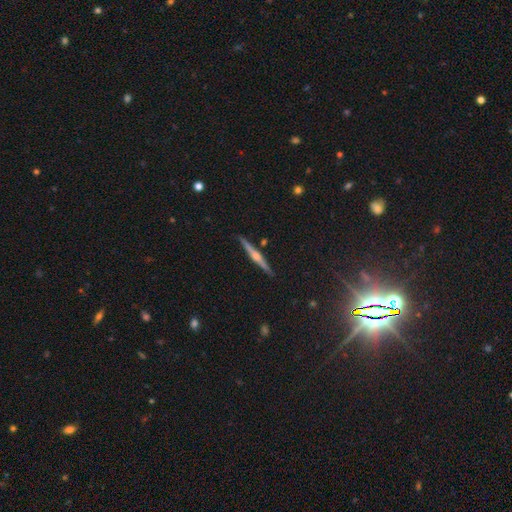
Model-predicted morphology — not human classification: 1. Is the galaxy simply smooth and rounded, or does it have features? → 77% featured or disk, 14% smooth, 9% star or artifact.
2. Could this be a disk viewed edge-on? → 98% yes, 2% no.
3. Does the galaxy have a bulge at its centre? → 86% rounded, 8% none, 6% boxy.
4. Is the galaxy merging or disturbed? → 91% none, 6% minor disturbance, 1% merger, 1% major disturbance.